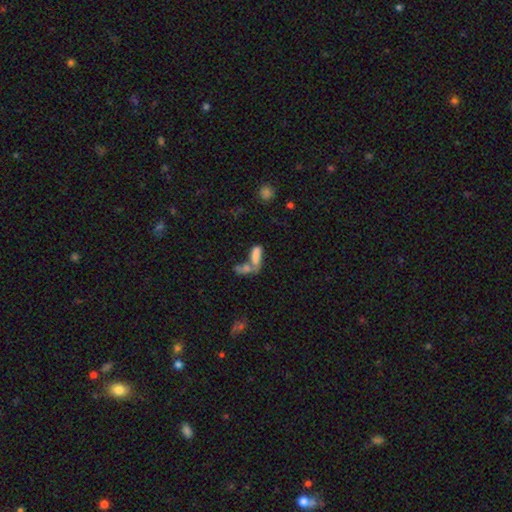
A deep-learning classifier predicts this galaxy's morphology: Smooth or featured? smooth (72%)
How rounded? in between (69%)
Merging? merger (63%)